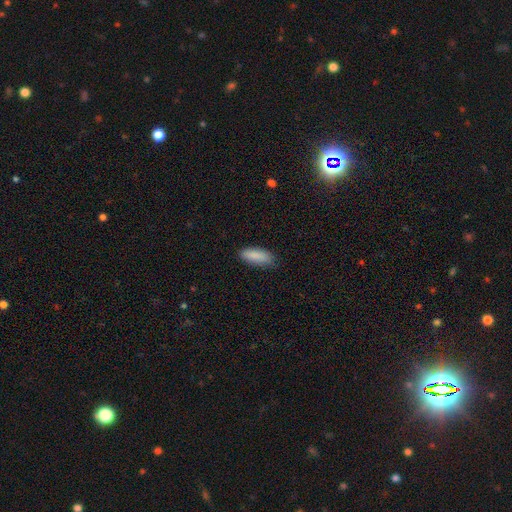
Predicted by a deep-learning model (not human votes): smooth 88%, star or artifact 6%, featured or disk 5%. Down the decision tree: how rounded — in between (69%); merging — none (78%).